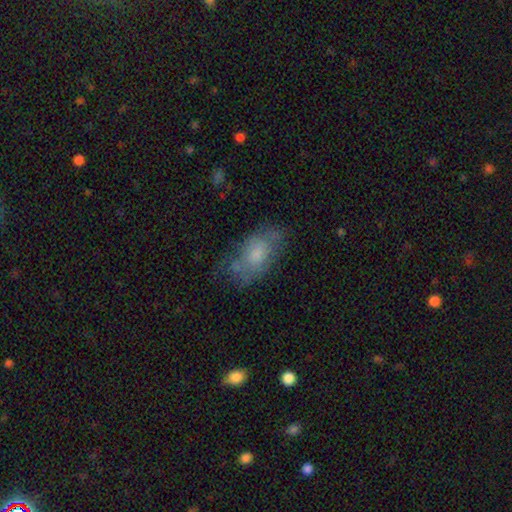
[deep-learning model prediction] This is likely a smooth galaxy (61%). How rounded: clearly in between (90%). Merging: possibly none (54%).